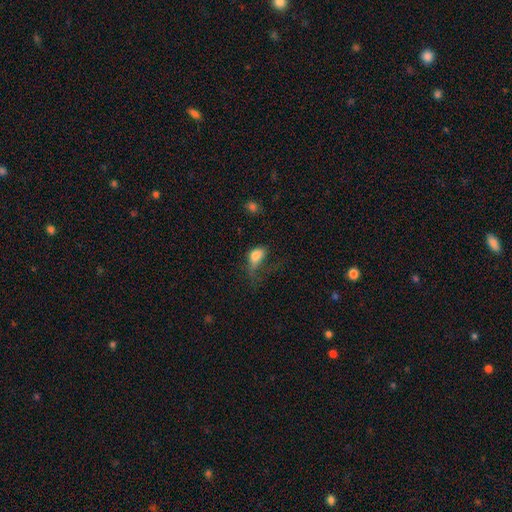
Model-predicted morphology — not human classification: Q: Smooth or featured?
A: smooth (74%); runner-up: featured or disk (17%)
Q: How rounded?
A: in between (85%); runner-up: round (11%)
Q: Merging?
A: major disturbance (57%); runner-up: minor disturbance (20%)